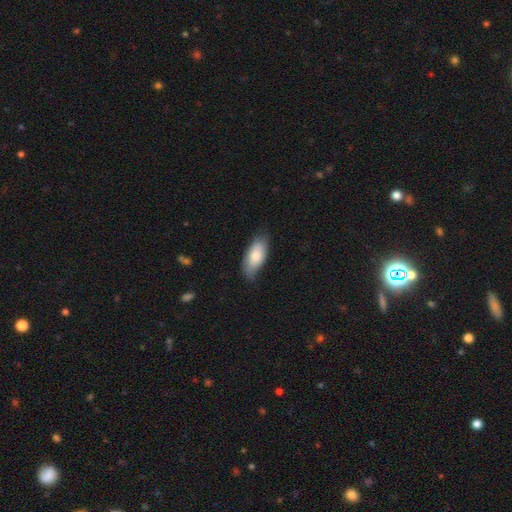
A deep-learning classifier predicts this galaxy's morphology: Q: Smooth or featured?
A: smooth (73%); runner-up: featured or disk (21%)
Q: How rounded?
A: in between (87%); runner-up: cigar-shaped (10%)
Q: Merging?
A: none (67%); runner-up: minor disturbance (27%)